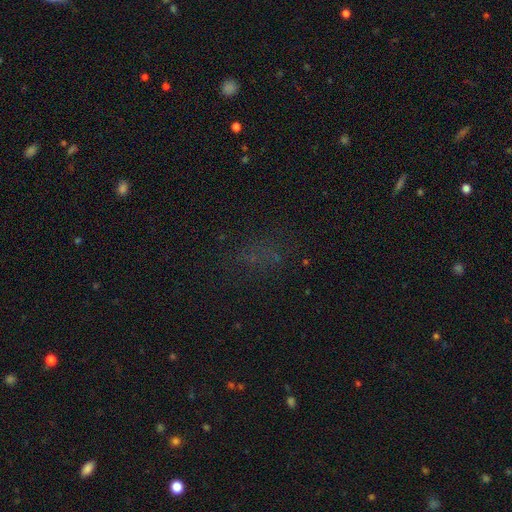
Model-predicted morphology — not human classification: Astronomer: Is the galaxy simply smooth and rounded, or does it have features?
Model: star or artifact — 49% (runner-up: smooth, 37%).